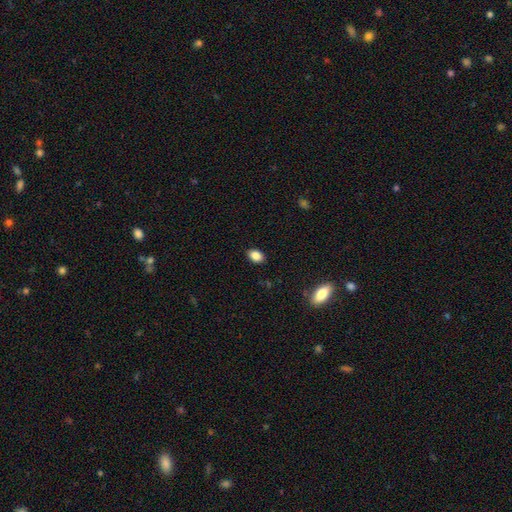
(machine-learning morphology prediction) smooth-or-featured: smooth: 86% | star or artifact: 9% | featured or disk: 5%
  how-rounded: in between: 80% | round: 19% | cigar-shaped: 1%
  merging: none: 88% | minor disturbance: 9% | major disturbance: 2% | merger: 1%